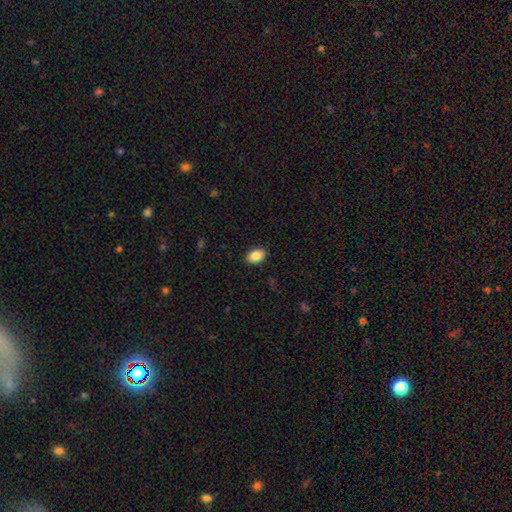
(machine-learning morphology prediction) This is clearly a smooth galaxy (87%). How rounded: clearly in between (86%). Merging: clearly none (89%).